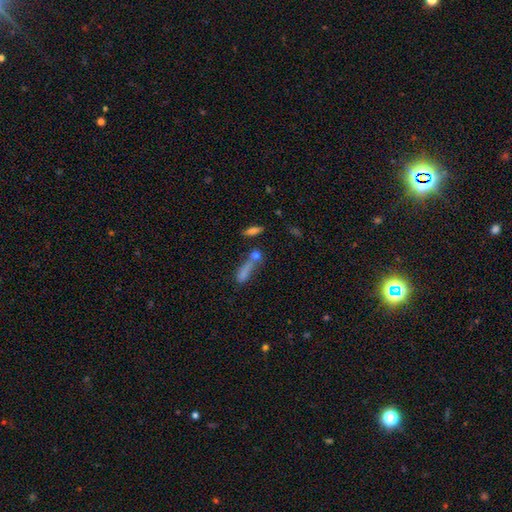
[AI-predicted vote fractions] Q: Smooth or featured?
A: star or artifact (47%); runner-up: smooth (32%)